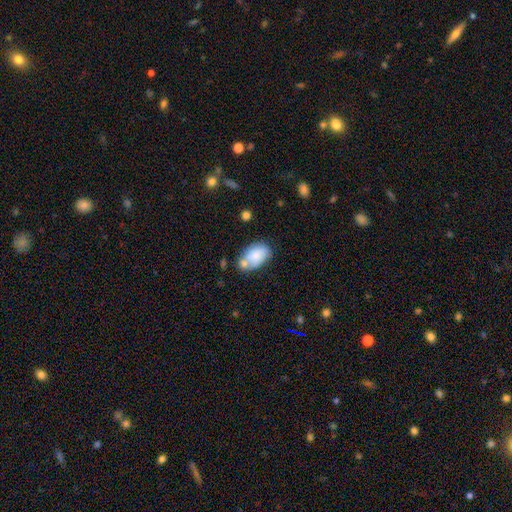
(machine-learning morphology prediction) The model was most divided on "merging": none: 47%, merger: 25%, minor disturbance: 21%, major disturbance: 7%. More confident: how rounded — in between (91%); smooth or featured — smooth (77%).